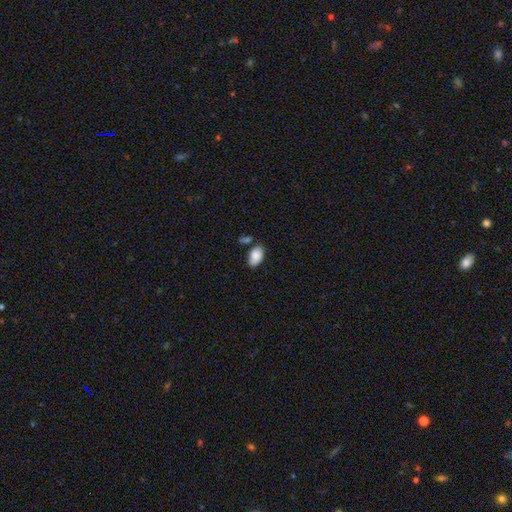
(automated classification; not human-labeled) Overall: smooth (88%). How rounded: in between (93%). Merging: none (68%).